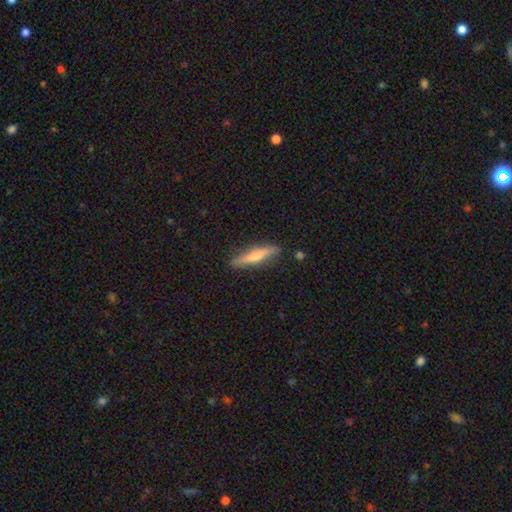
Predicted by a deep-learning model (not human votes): A smooth galaxy with no disk features (55%) that is cigar-shaped (86%).

Vote fractions:
- Smooth or featured? smooth: 55% / featured or disk: 39% / star or artifact: 6%
- How rounded? cigar-shaped: 86% / in between: 12% / round: 2%
- Merging? none: 85% / minor disturbance: 11% / major disturbance: 2% / merger: 2%